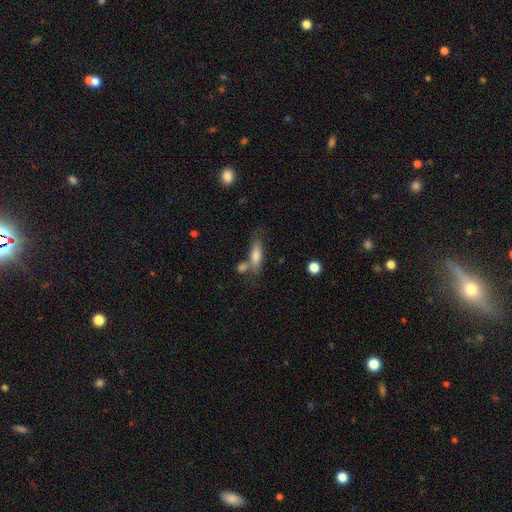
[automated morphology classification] Smooth or featured? smooth (74%)
How rounded? in between (55%)
Merging? none (52%)